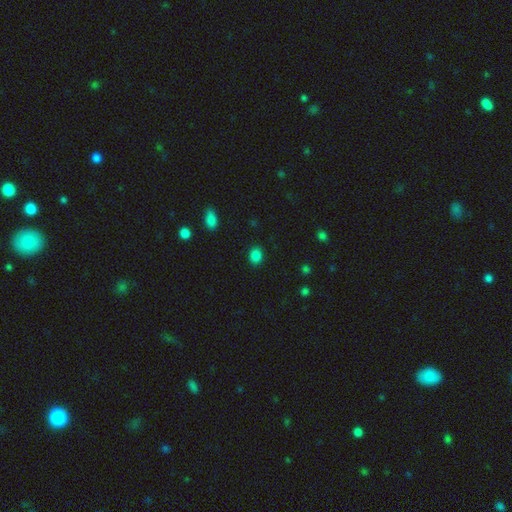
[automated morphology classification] Smooth or featured?
  - smooth: 85% *
  - star or artifact: 11%
  - featured or disk: 4%
How rounded?
  - round: 52% *
  - in between: 47%
  - cigar-shaped: 1%
Merging?
  - none: 89% *
  - minor disturbance: 8%
  - major disturbance: 2%
  - merger: 1%